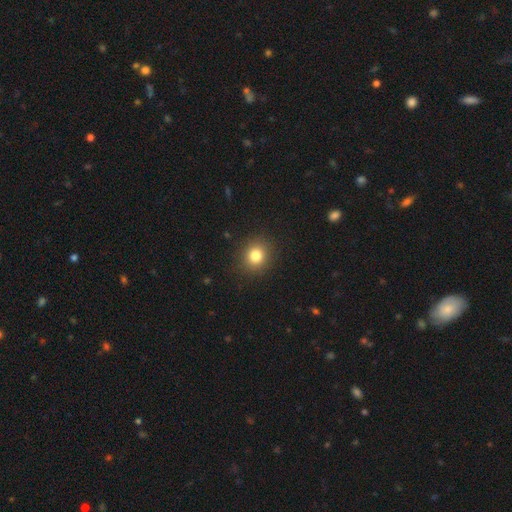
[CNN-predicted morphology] smooth 81%, star or artifact 12%, featured or disk 7%. Down the decision tree: how rounded — round (81%); merging — none (90%).